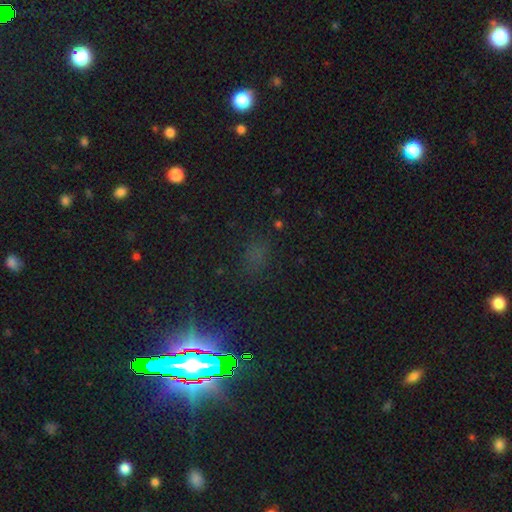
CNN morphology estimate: smooth-or-featured: star or artifact: 64% | smooth: 24% | featured or disk: 12%